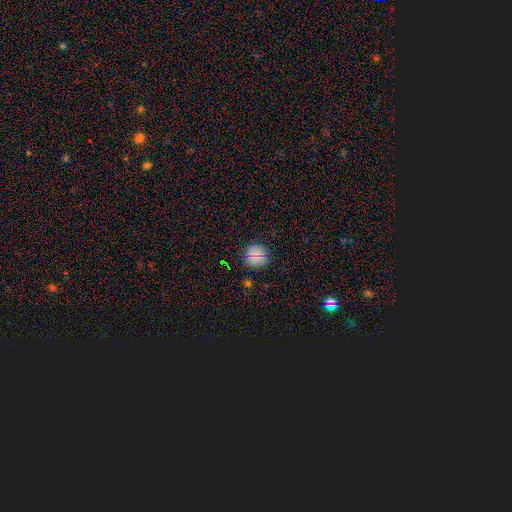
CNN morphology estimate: A smooth galaxy with no disk features (78%) that is round (91%). Merging: none (87%).